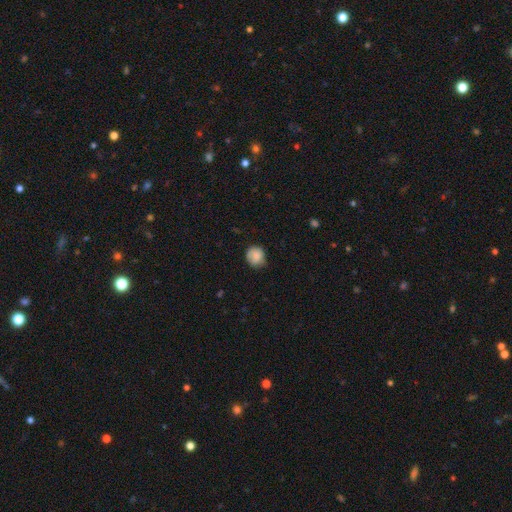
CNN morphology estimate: Smooth or featured: smooth — 84% (featured or disk — 9%)
How rounded: round — 74% (in between — 25%)
Merging: none — 68% (minor disturbance — 26%)